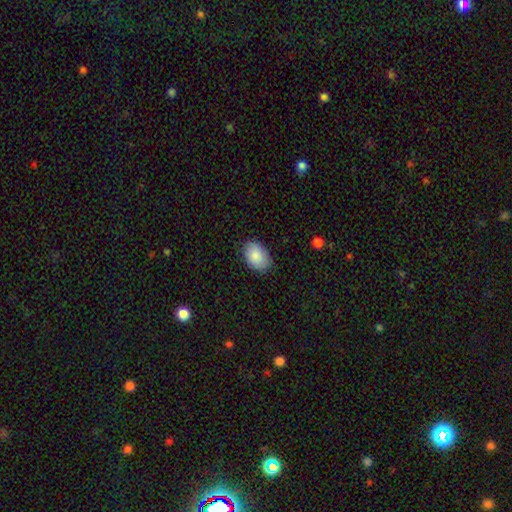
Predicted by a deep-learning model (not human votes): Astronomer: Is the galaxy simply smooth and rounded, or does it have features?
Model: smooth — 88%.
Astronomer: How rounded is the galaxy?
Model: in between — 84%.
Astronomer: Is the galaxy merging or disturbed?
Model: none — 84%.